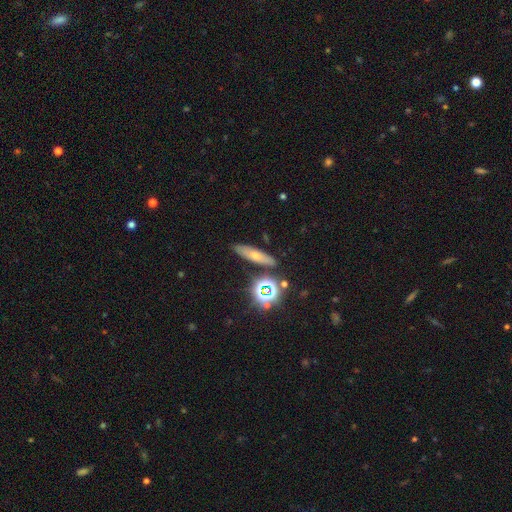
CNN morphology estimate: This is possibly a smooth galaxy (56%). How rounded: likely cigar-shaped (62%). Merging: clearly none (84%).